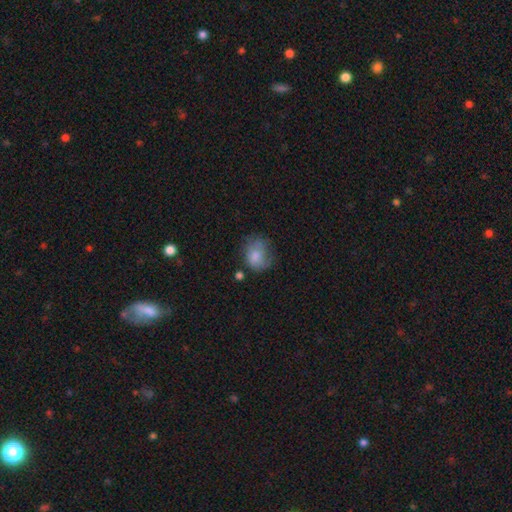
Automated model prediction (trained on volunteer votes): Overall: smooth (74%). How rounded: round (57%; in between 43%). Merging: none (45%; minor disturbance 30%).